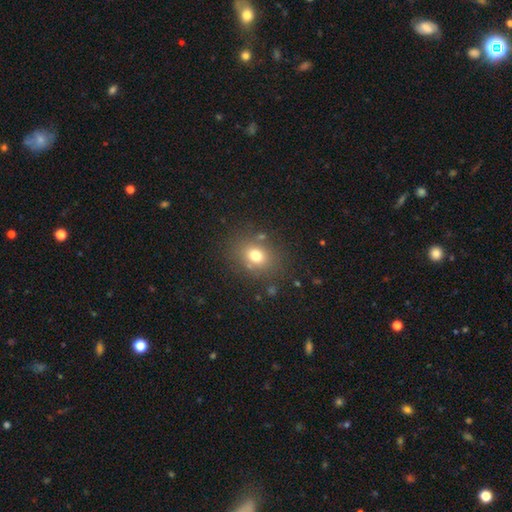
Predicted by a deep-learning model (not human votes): Smooth or featured? Predicted: smooth (p=0.74). How rounded? Predicted: round (p=0.56). Merging? Predicted: none (p=0.80).